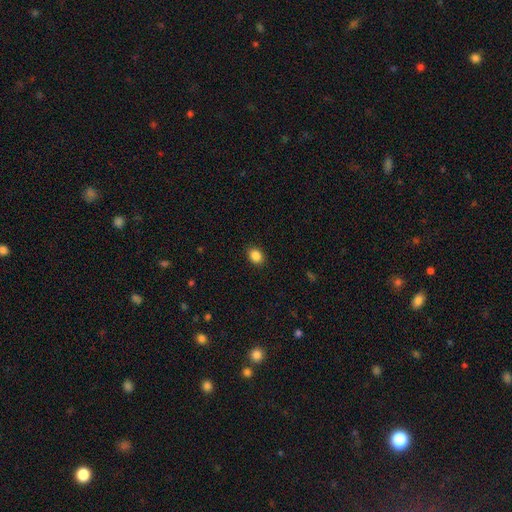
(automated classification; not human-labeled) A smooth galaxy with no disk features (87%) that is in between round and cigar-shaped (57%). Merging: none (91%).